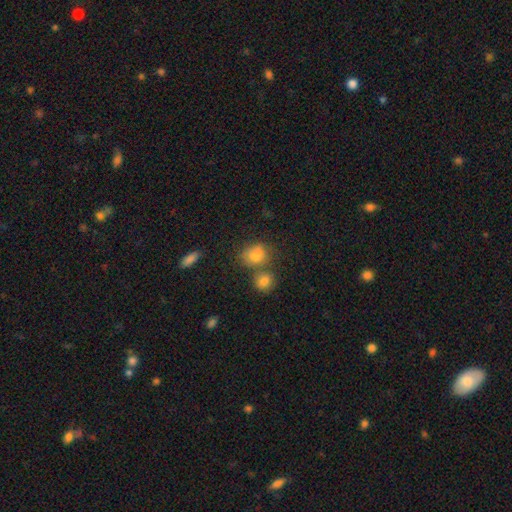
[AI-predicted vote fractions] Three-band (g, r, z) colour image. It shows a smooth galaxy with no disk features (76%) that is round (59%). Merging: none (47%).